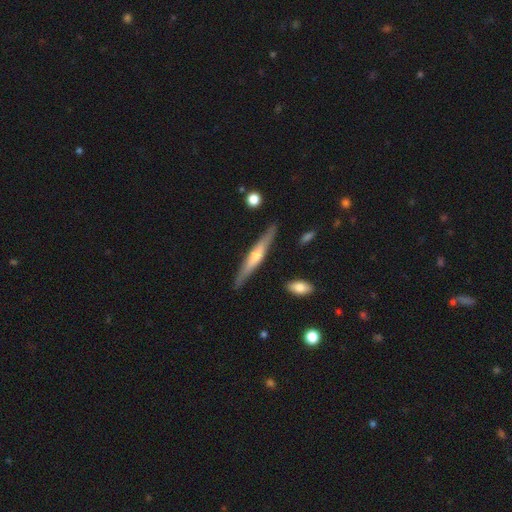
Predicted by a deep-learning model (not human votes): featured or disk 64%, smooth 31%, star or artifact 5%. Down the decision tree: edge-on disk — yes (96%); edge-on bulge — rounded (76%); merging — none (87%).